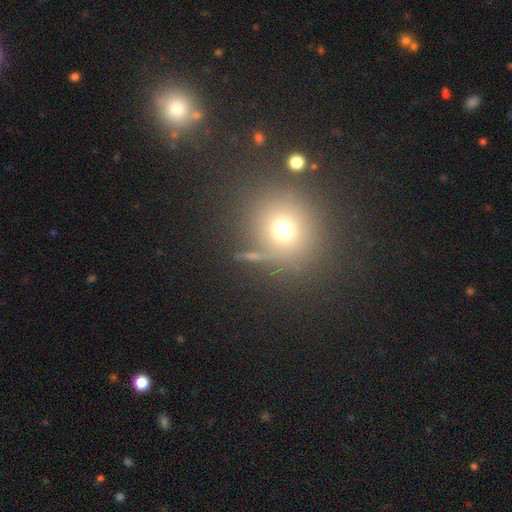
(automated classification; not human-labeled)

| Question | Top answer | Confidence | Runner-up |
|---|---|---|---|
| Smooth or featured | smooth | 62% | star or artifact (25%) |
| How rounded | round | 83% | in between (14%) |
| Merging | none | 76% | minor disturbance (10%) |